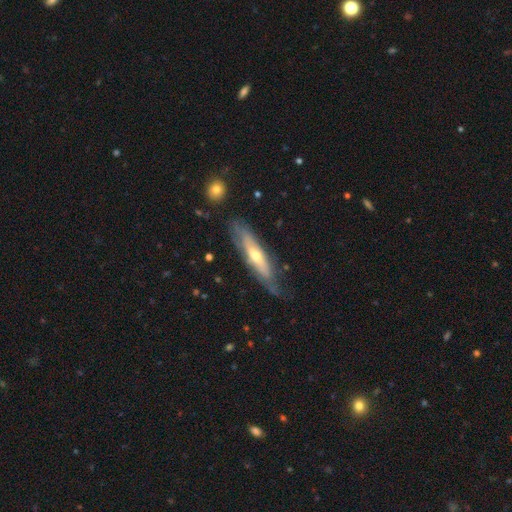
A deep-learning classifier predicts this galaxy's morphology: This is likely a featured or disk galaxy (65%). It is likely viewed edge-on (61%). Merging: likely none (70%).